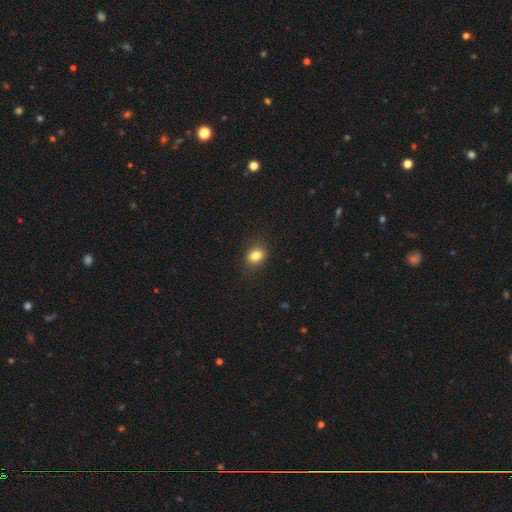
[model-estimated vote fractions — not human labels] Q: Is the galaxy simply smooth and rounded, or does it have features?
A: smooth — 83%.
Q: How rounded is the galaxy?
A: in between — 56%.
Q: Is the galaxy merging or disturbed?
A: none — 85%.